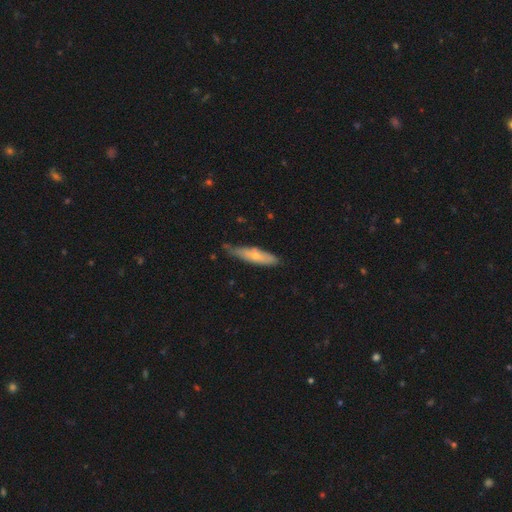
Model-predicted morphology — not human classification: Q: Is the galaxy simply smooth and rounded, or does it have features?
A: smooth — 61%.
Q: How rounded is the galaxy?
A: cigar-shaped — 70%.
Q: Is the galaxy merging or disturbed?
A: none — 56%.